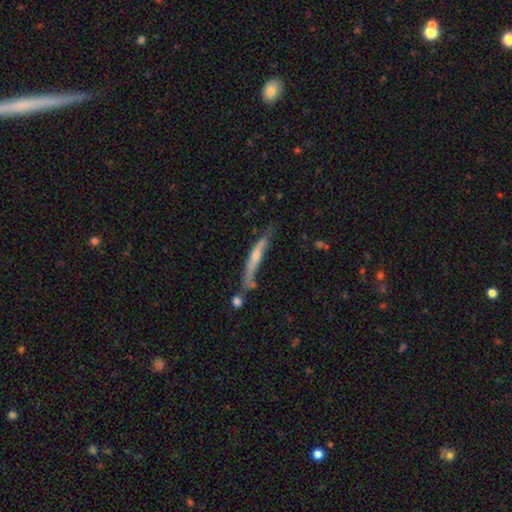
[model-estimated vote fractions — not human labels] This appears to be a featured or disk galaxy (56%) viewed edge-on (82%). Merging: none (45%).